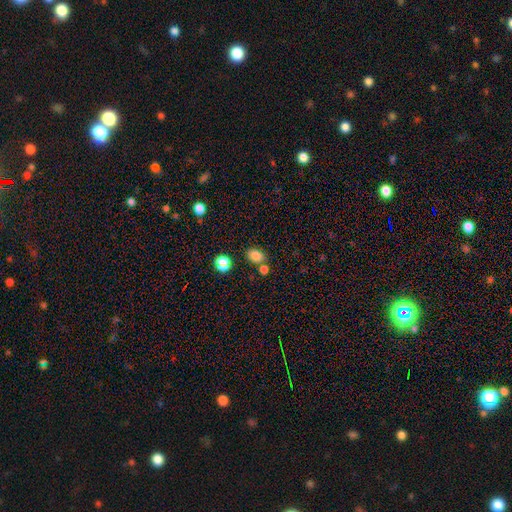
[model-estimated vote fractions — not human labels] A smooth galaxy with no disk features (82%) that is in between round and cigar-shaped (65%).

Vote fractions:
- Smooth or featured? smooth: 82% / star or artifact: 13% / featured or disk: 5%
- How rounded? in between: 65% / round: 34% / cigar-shaped: 1%
- Merging? none: 71% / merger: 13% / minor disturbance: 11% / major disturbance: 4%